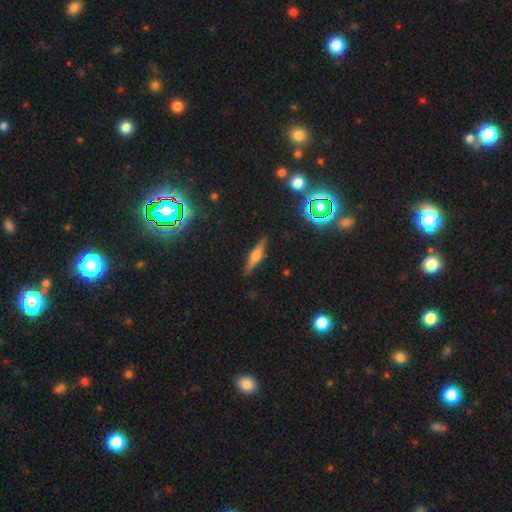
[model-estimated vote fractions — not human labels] Q: Smooth or featured?
A: featured or disk (57%); runner-up: smooth (32%)
Q: Edge-on disk?
A: yes (96%); runner-up: no (4%)
Q: Edge-on bulge?
A: rounded (73%); runner-up: boxy (19%)
Q: Merging?
A: none (88%); runner-up: minor disturbance (9%)